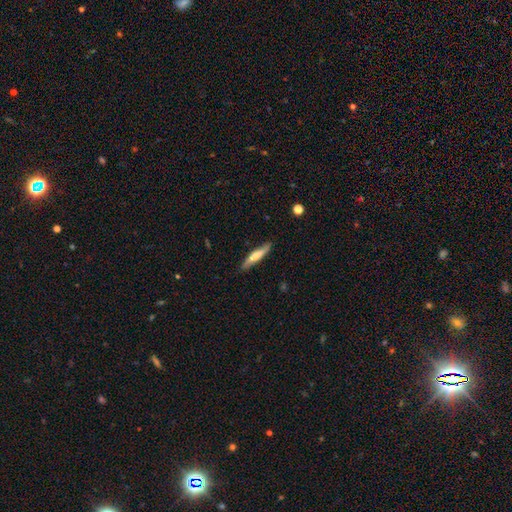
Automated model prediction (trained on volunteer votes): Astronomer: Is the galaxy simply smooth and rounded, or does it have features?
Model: smooth — 55% (runner-up: featured or disk, 40%).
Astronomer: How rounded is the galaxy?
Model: cigar-shaped — 87%.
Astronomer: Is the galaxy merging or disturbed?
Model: none — 84%.